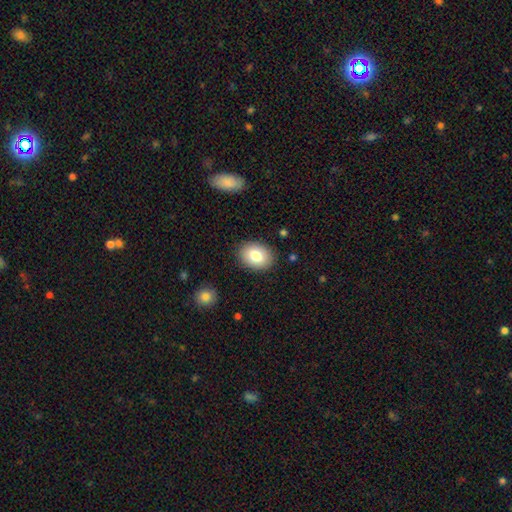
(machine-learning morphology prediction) A smooth galaxy with no disk features (81%) that is in between round and cigar-shaped (70%).

Vote fractions:
- Smooth or featured? smooth: 81% / featured or disk: 11% / star or artifact: 8%
- How rounded? in between: 70% / round: 29% / cigar-shaped: 1%
- Merging? none: 88% / minor disturbance: 9% / major disturbance: 2% / merger: 1%